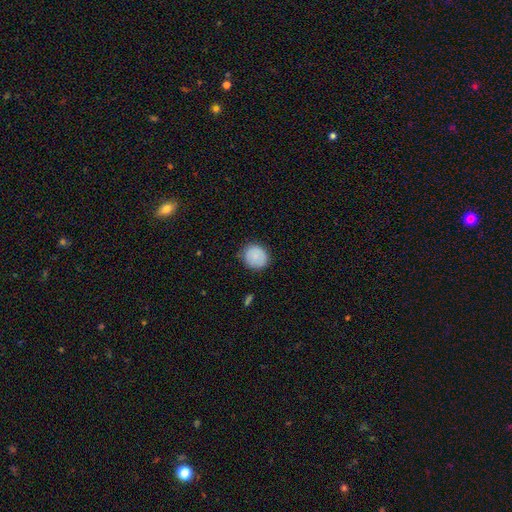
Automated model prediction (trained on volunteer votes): Smooth or featured: smooth — 87% (star or artifact — 7%)
How rounded: round — 80% (in between — 19%)
Merging: none — 84% (minor disturbance — 12%)